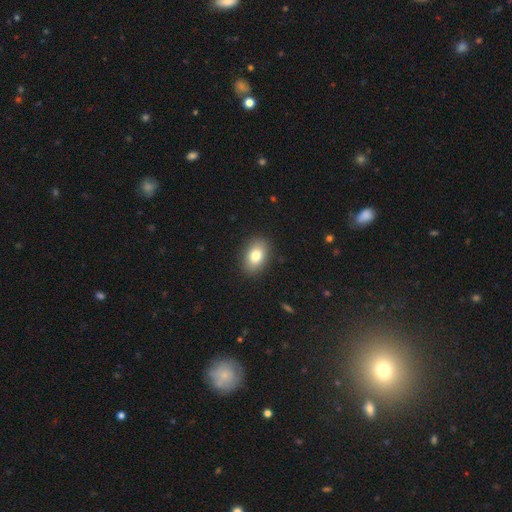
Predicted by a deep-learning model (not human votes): Smooth or featured: smooth — 80% (featured or disk — 11%)
How rounded: in between — 85% (round — 14%)
Merging: none — 89% (minor disturbance — 8%)